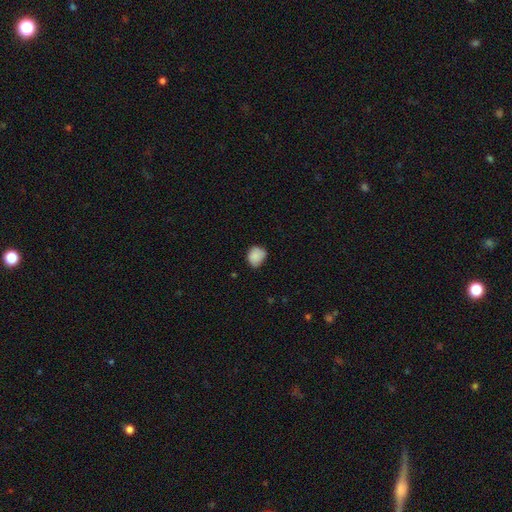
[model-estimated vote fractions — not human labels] smooth 86%, star or artifact 8%, featured or disk 6%. Down the decision tree: how rounded — round (69%); merging — none (63%).